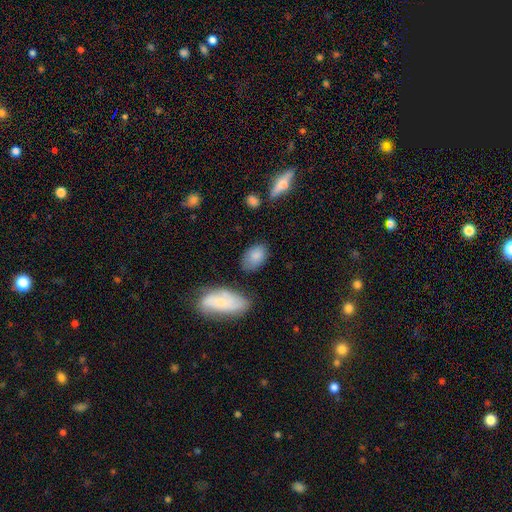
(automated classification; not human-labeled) Morphology: type=smooth (83%); roundness=in between (89%); merging=none (65%).